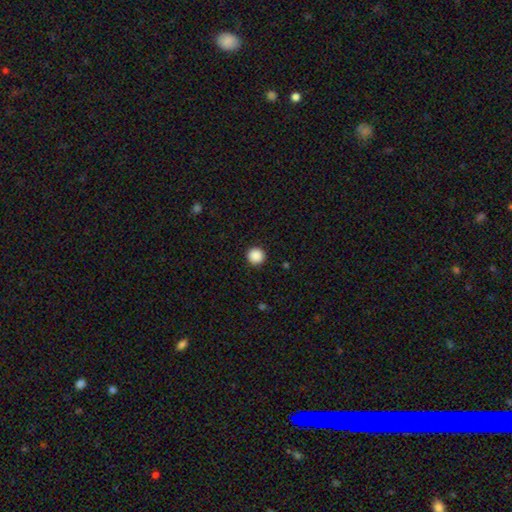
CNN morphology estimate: Overall: smooth (89%). How rounded: round (95%). Merging: none (93%).